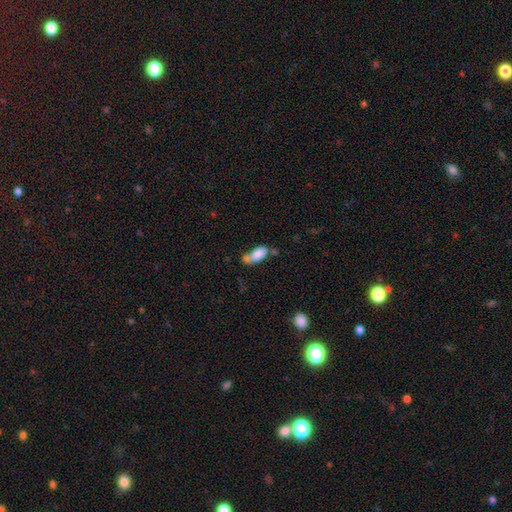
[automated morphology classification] Smooth or featured? Predicted: smooth (p=0.79). How rounded? Predicted: in between (p=0.87). Merging? Predicted: merger (p=0.35, tied with none).